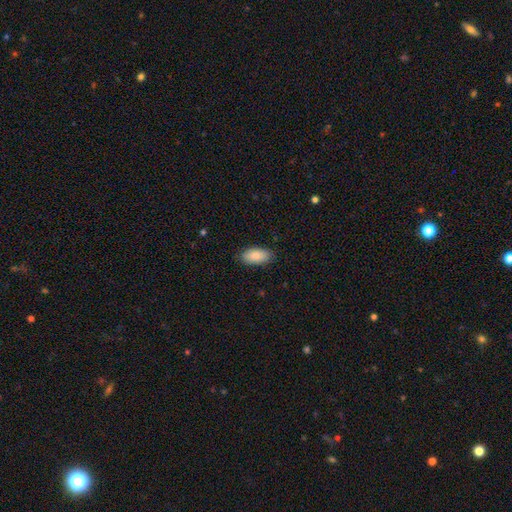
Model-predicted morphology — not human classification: smooth_or_featured: smooth (p=0.89) [alt: star or artifact p=0.06]
how_rounded: in between (p=0.92) [alt: cigar-shaped p=0.06]
merging: none (p=0.85) [alt: minor disturbance p=0.12]